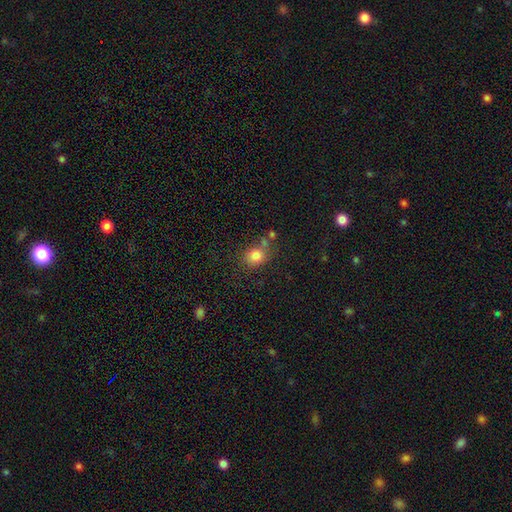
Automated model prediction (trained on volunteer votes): Smooth or featured? Predicted: smooth (p=0.81). How rounded? Predicted: round (p=0.68). Merging? Predicted: none (p=0.63).